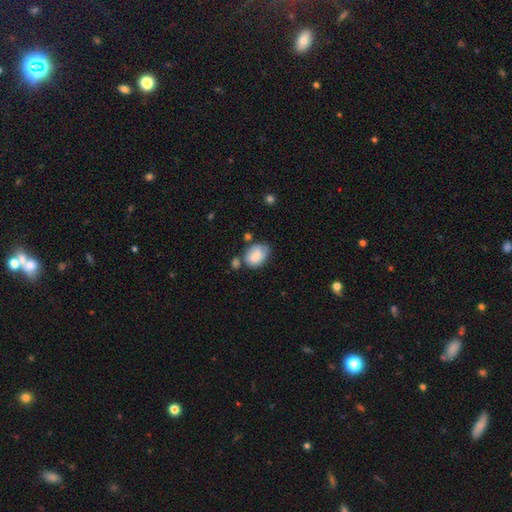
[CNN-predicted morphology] smooth_or_featured: smooth (p=0.80) [alt: featured or disk p=0.12]
how_rounded: in between (p=0.75) [alt: round p=0.24]
merging: none (p=0.50) [alt: minor disturbance p=0.27]